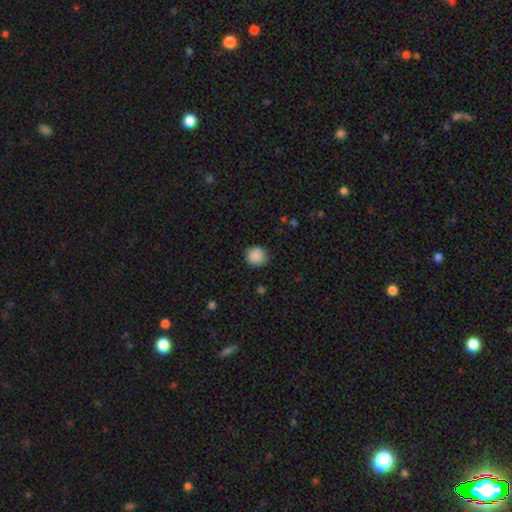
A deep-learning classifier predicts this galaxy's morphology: smooth-or-featured: smooth: 88% | star or artifact: 8% | featured or disk: 4%
  how-rounded: round: 84% | in between: 15% | cigar-shaped: 1%
  merging: none: 83% | minor disturbance: 13% | major disturbance: 3% | merger: 1%